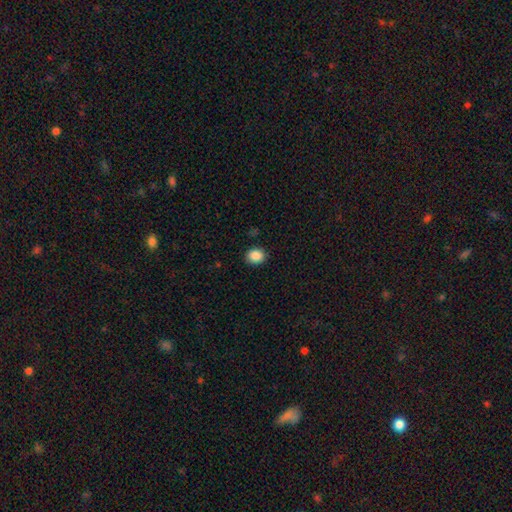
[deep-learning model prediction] This is clearly a smooth galaxy (88%). How rounded: likely round (65%). Merging: clearly none (89%).